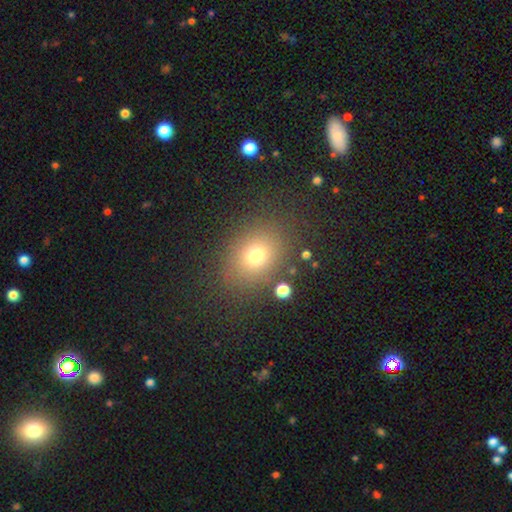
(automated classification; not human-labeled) This appears to be a smooth galaxy with no disk features (74%) that is in between round and cigar-shaped (56%). Merging: none (82%).